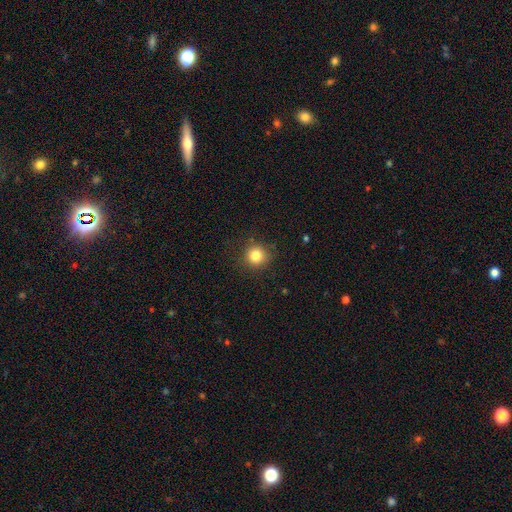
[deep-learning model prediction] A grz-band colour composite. It shows a smooth galaxy with no disk features (82%) that is round (93%). Merging: none (87%).